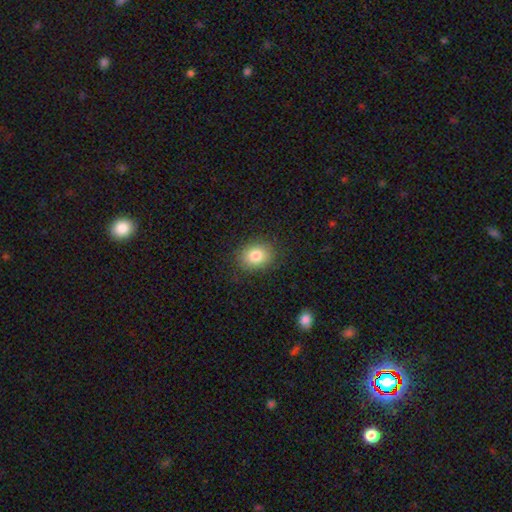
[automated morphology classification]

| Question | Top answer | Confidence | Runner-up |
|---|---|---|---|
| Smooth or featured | smooth | 82% | star or artifact (9%) |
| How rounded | round | 50% | in between (49%) |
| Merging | none | 87% | minor disturbance (9%) |